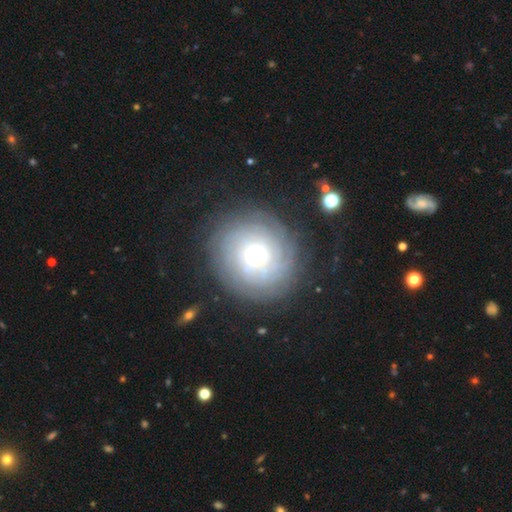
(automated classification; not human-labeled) smooth_or_featured: featured or disk (p=0.73) [alt: smooth p=0.18]
disk_edge_on: no (p=0.97) [alt: yes p=0.03]
bar: no (p=0.63) [alt: weak p=0.29]
has_spiral_arms: yes (p=0.90) [alt: no p=0.10]
spiral_winding: tight (p=0.83) [alt: medium p=0.12]
spiral_arm_count: can't tell (p=0.45) [alt: more than 4 p=0.17]
bulge_size: moderate (p=0.62) [alt: small p=0.29]
merging: none (p=0.82) [alt: minor disturbance p=0.11]